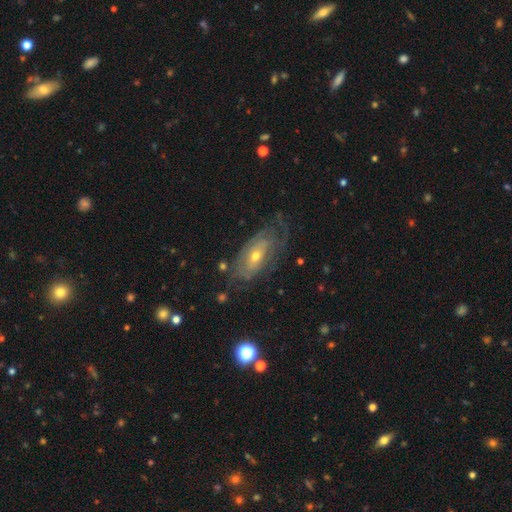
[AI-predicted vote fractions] This appears to be a featured or disk galaxy (72%) with no bar (67%), spiral arms (76%) and a moderate central bulge (49%). Merging: none (59%).